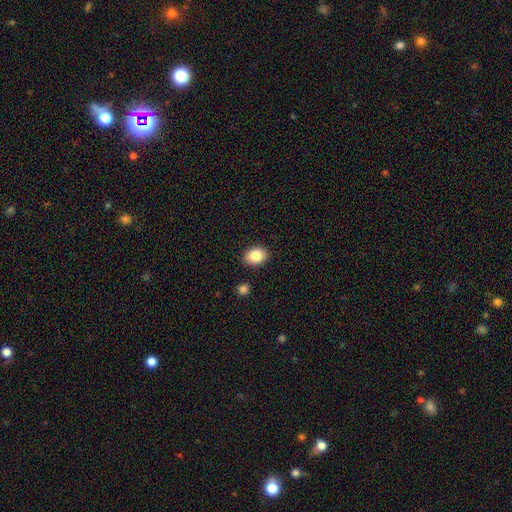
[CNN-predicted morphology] A smooth galaxy with no disk features (85%) that is in between round and cigar-shaped (60%). Merging: none (89%).